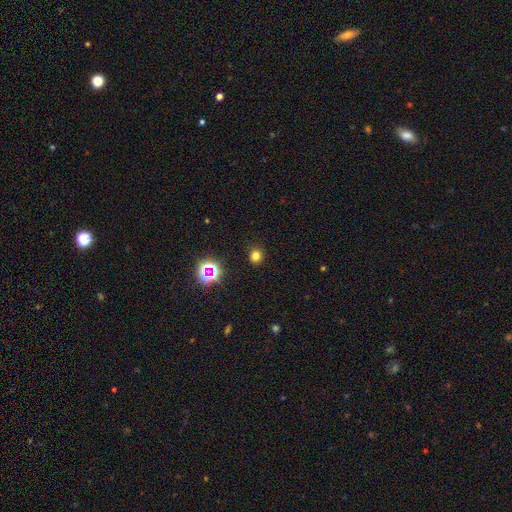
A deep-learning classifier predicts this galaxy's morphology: Q: Smooth or featured?
A: smooth (74%); runner-up: star or artifact (21%)
Q: How rounded?
A: round (87%); runner-up: in between (12%)
Q: Merging?
A: none (90%); runner-up: minor disturbance (6%)